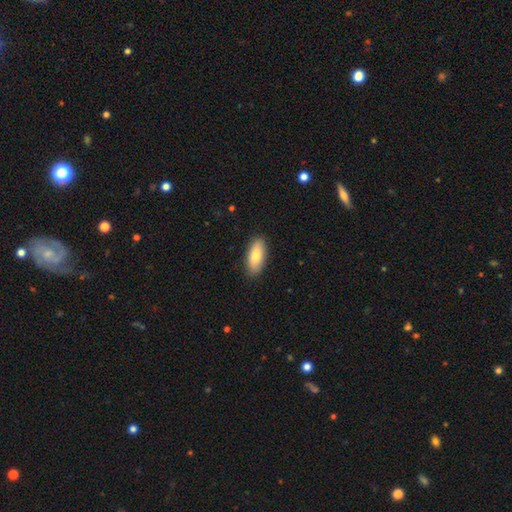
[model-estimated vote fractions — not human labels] A smooth galaxy with no disk features (80%) that is in between round and cigar-shaped (84%).

Vote fractions:
- Smooth or featured? smooth: 80% / featured or disk: 14% / star or artifact: 6%
- How rounded? in between: 84% / cigar-shaped: 13% / round: 2%
- Merging? none: 88% / minor disturbance: 9% / major disturbance: 2% / merger: 1%